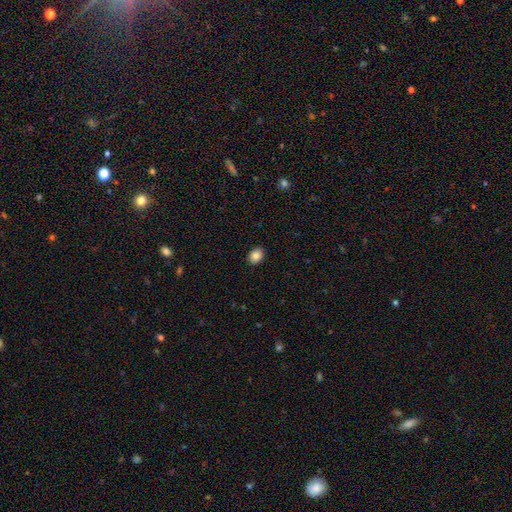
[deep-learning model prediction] The model was most divided on "how rounded": in between: 66%, round: 33%, cigar-shaped: 1%. More confident: merging — none (90%); smooth or featured — smooth (86%).